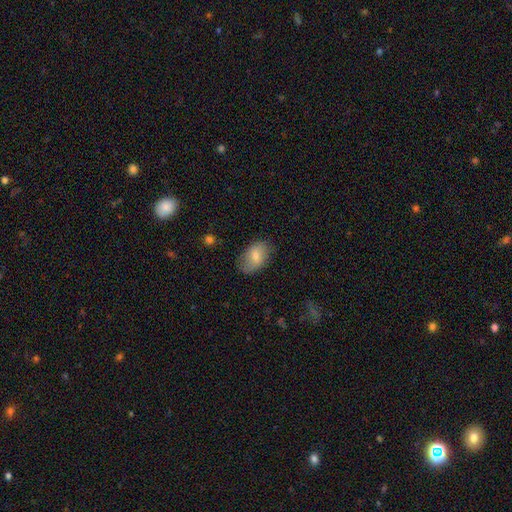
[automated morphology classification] type=smooth (70%); roundness=in between (89%); merging=none (77%).